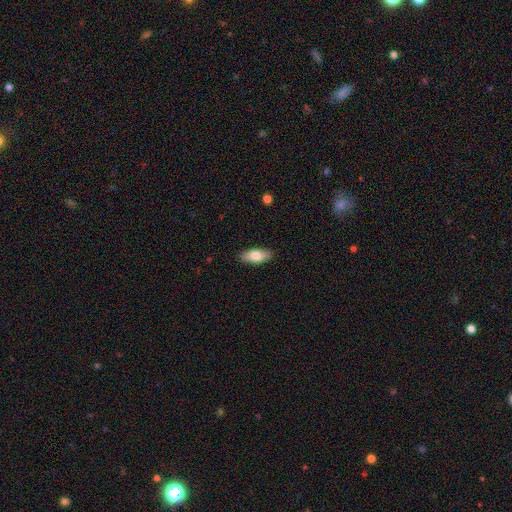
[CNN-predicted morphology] This appears to be a smooth galaxy with no disk features (78%) that is in between round and cigar-shaped (86%). Merging: none (89%).